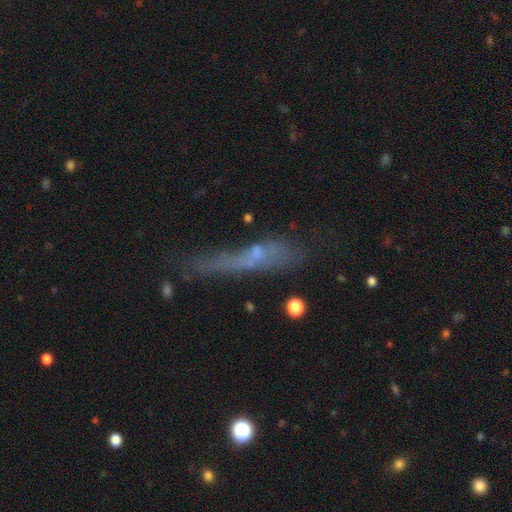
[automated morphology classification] type=smooth (45%); merging=none (42%).